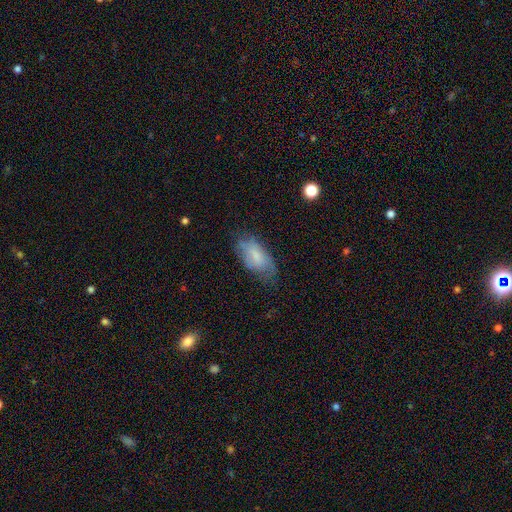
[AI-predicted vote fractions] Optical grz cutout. It shows a smooth galaxy with no disk features (66%) that is in between round and cigar-shaped (91%). Merging: none (56%).